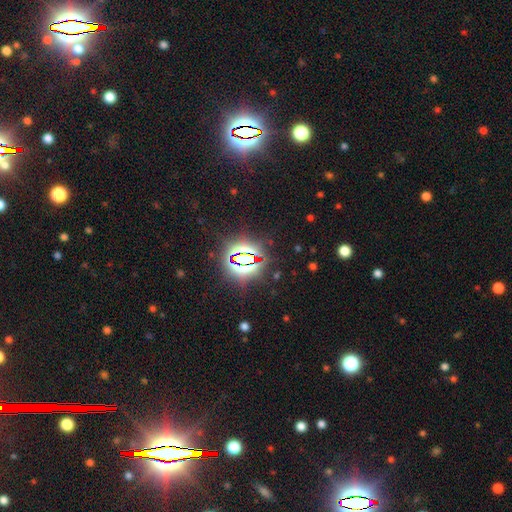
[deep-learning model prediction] Smooth or featured?
  - star or artifact: 84% *
  - smooth: 9%
  - featured or disk: 7%